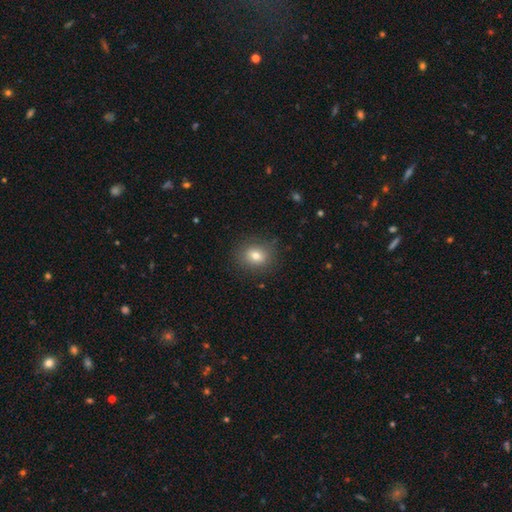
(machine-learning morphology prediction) smooth 77%, featured or disk 12%, star or artifact 11%. Down the decision tree: how rounded — round (61%); merging — none (85%).